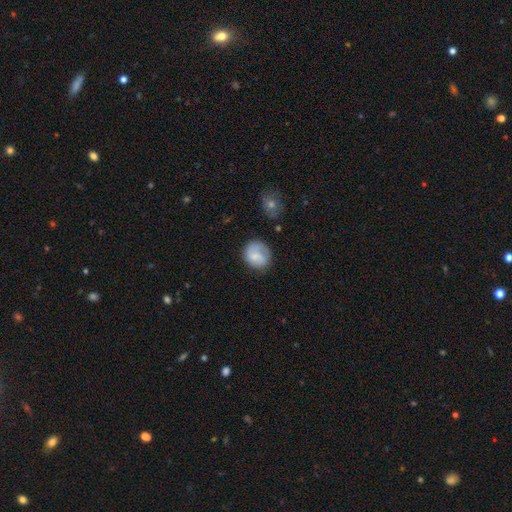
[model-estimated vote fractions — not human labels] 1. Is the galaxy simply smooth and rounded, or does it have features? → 62% smooth, 31% featured or disk, 7% star or artifact.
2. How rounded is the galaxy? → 77% round, 22% in between, 1% cigar-shaped.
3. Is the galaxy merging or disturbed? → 68% none, 21% minor disturbance, 9% major disturbance, 3% merger.